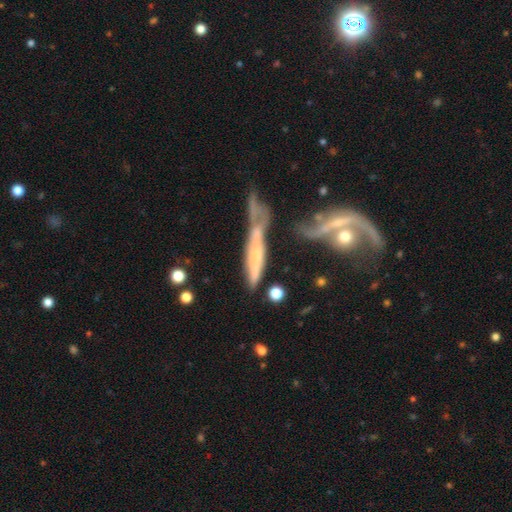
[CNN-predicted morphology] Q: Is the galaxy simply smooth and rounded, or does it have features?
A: featured or disk — 57%.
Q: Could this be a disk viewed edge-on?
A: yes — 56%.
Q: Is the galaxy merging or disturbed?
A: merger — 39%.